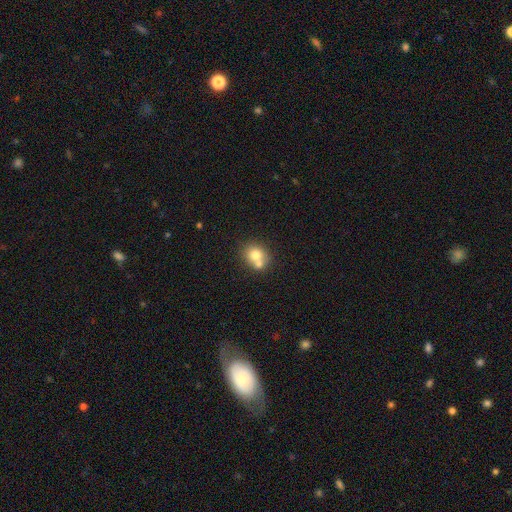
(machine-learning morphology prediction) Smooth or featured? Predicted: smooth (p=0.72). How rounded? Predicted: round (p=0.74). Merging? Predicted: merger (p=0.48).